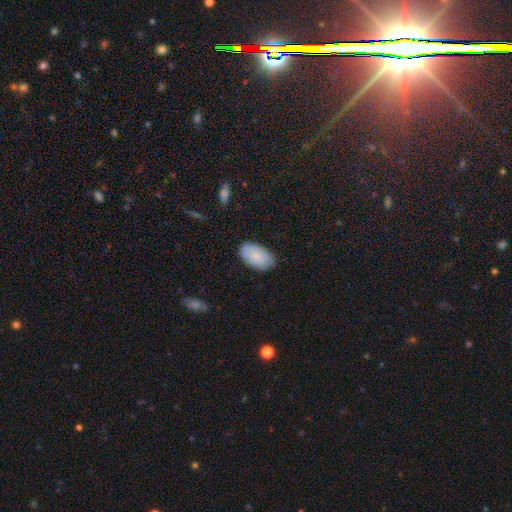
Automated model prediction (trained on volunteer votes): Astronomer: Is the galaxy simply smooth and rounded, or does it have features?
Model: smooth — 78%.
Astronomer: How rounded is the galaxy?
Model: in between — 94%.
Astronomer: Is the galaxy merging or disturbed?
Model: none — 82%.